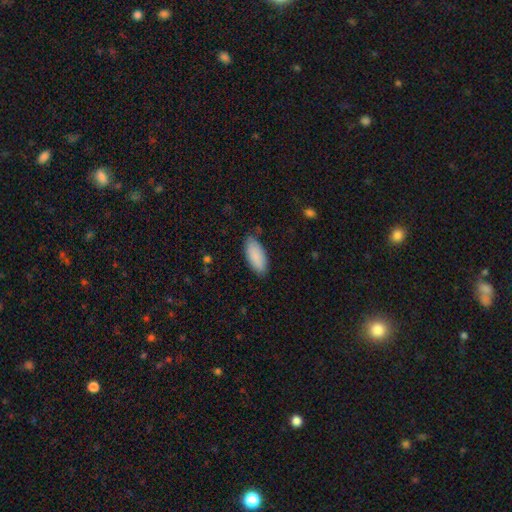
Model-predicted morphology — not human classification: smooth_or_featured: smooth (p=0.88) [alt: featured or disk p=0.06]
how_rounded: in between (p=0.88) [alt: cigar-shaped p=0.11]
merging: none (p=0.81) [alt: minor disturbance p=0.15]